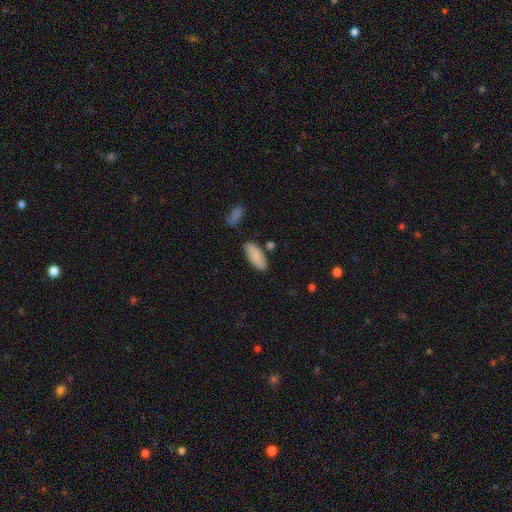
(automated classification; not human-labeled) smooth 86%, featured or disk 8%, star or artifact 6%. Down the decision tree: how rounded — in between (81%); merging — none (77%).